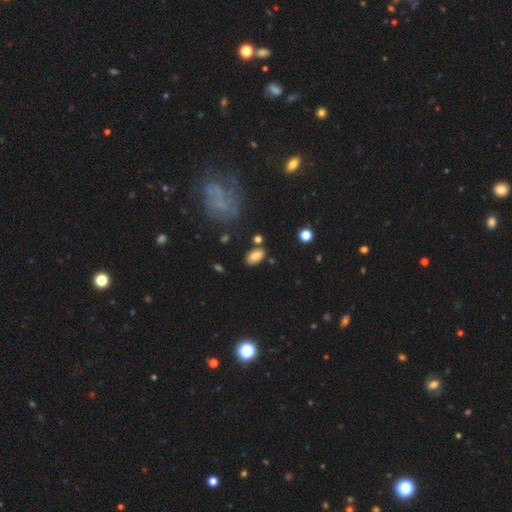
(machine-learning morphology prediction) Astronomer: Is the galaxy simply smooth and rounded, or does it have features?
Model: smooth — 82%.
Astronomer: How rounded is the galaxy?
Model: in between — 91%.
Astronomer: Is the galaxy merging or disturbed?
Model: none — 75%.